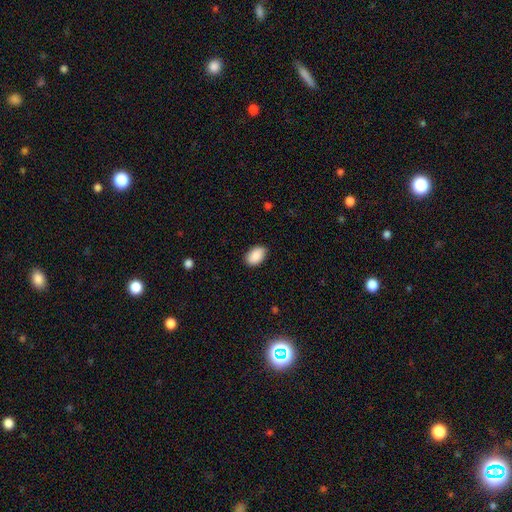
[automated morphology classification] A smooth galaxy with no disk features (90%) that is in between round and cigar-shaped (91%). Merging: none (87%).